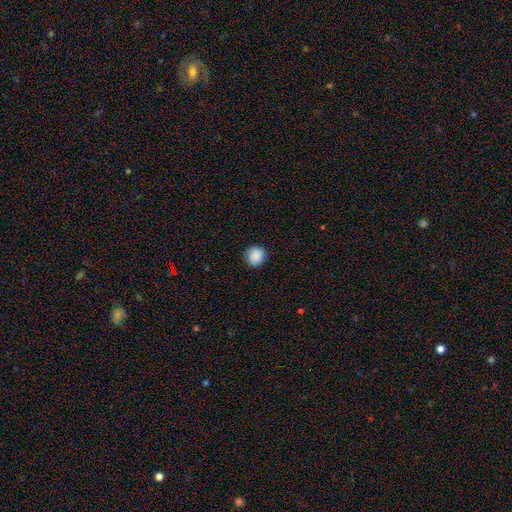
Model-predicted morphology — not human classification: Q: Smooth or featured?
A: smooth (88%); runner-up: star or artifact (8%)
Q: How rounded?
A: round (82%); runner-up: in between (17%)
Q: Merging?
A: none (86%); runner-up: minor disturbance (11%)